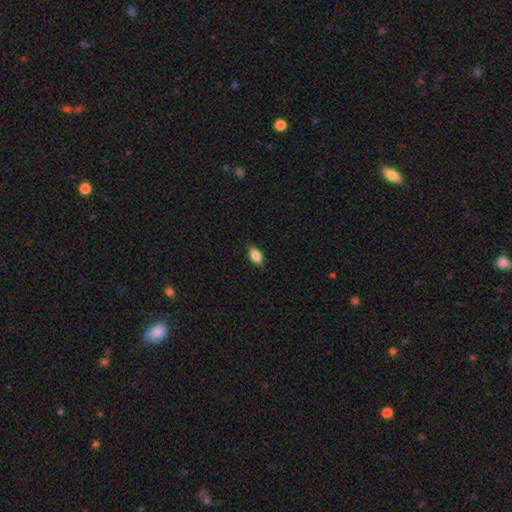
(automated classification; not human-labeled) Smooth or featured? smooth (79%)
How rounded? in between (86%)
Merging? none (84%)